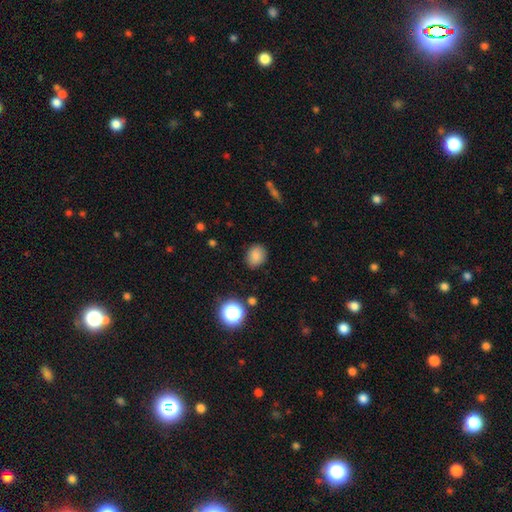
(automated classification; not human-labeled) Smooth or featured?
  - smooth: 82% *
  - star or artifact: 12%
  - featured or disk: 6%
How rounded?
  - round: 57% *
  - in between: 42%
  - cigar-shaped: 1%
Merging?
  - none: 85% *
  - minor disturbance: 11%
  - major disturbance: 3%
  - merger: 1%